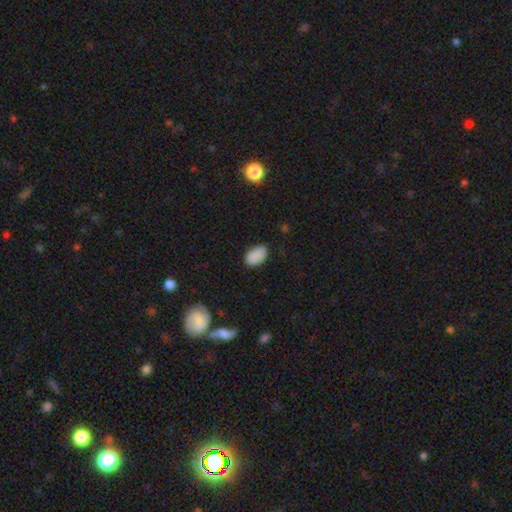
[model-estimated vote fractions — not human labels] Smooth or featured? Predicted: smooth (p=0.88). How rounded? Predicted: in between (p=0.92). Merging? Predicted: none (p=0.82).